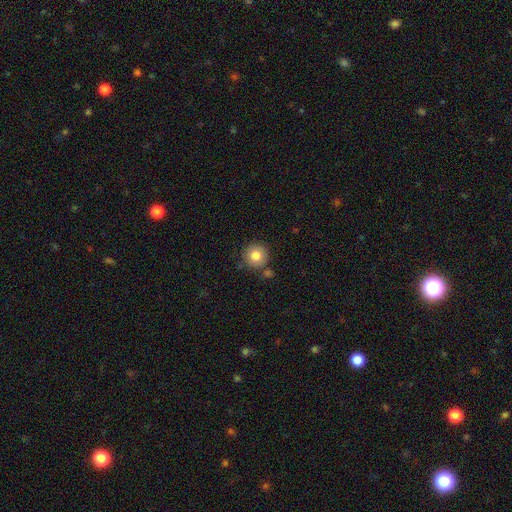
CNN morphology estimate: smooth_or_featured: smooth (p=0.83) [alt: star or artifact p=0.09]
how_rounded: round (p=0.94) [alt: in between p=0.05]
merging: none (p=0.81) [alt: minor disturbance p=0.09]